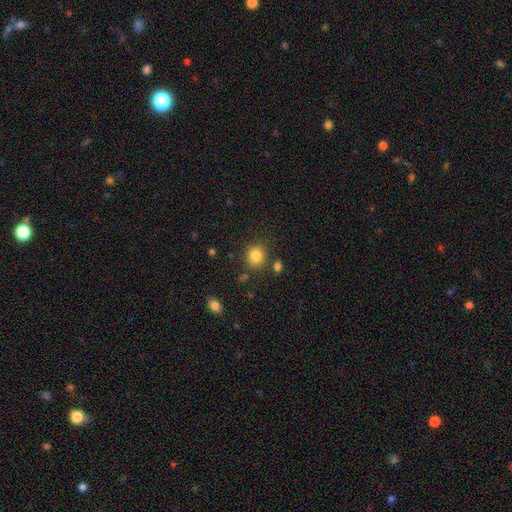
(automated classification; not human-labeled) smooth-or-featured: smooth: 84% | star or artifact: 10% | featured or disk: 5%
  how-rounded: round: 78% | in between: 21% | cigar-shaped: 1%
  merging: none: 82% | minor disturbance: 9% | merger: 5% | major disturbance: 3%